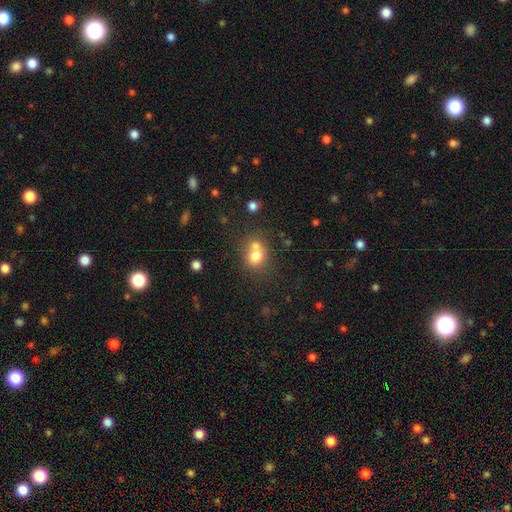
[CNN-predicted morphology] smooth-or-featured: smooth: 74% | featured or disk: 14% | star or artifact: 12%
  how-rounded: round: 70% | in between: 29% | cigar-shaped: 1%
  merging: merger: 50% | none: 38% | minor disturbance: 9% | major disturbance: 4%